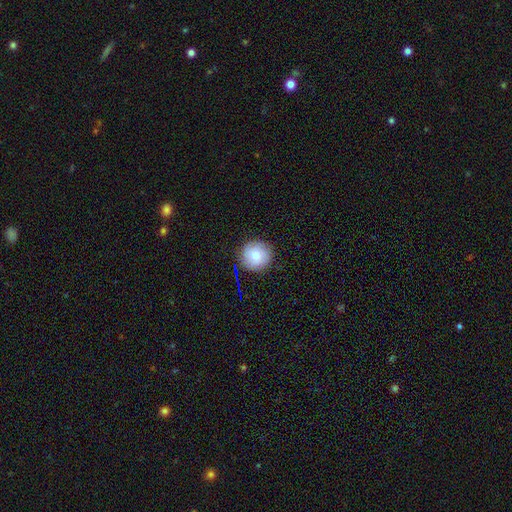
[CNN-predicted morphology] smooth 69%, featured or disk 21%, star or artifact 10%. Down the decision tree: how rounded — round (93%); merging — none (85%).